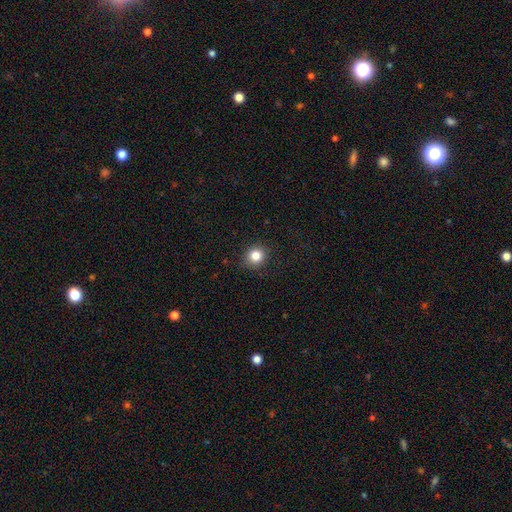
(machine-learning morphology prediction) Smooth or featured: smooth — 82% (star or artifact — 12%)
How rounded: round — 85% (in between — 15%)
Merging: none — 89% (minor disturbance — 8%)